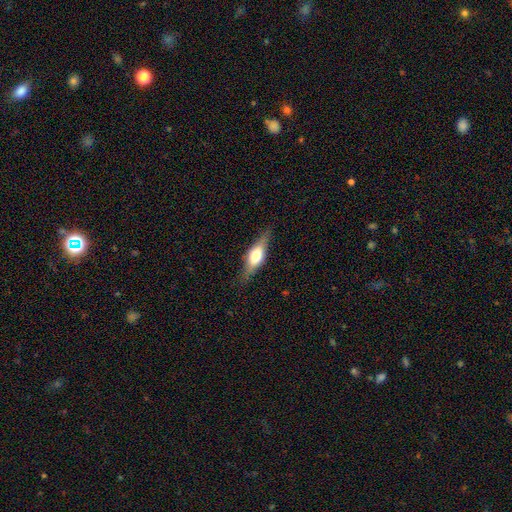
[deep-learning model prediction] Smooth or featured: featured or disk — 52% (smooth — 41%)
Edge-on disk: yes — 90% (no — 10%)
Merging: none — 81% (minor disturbance — 14%)